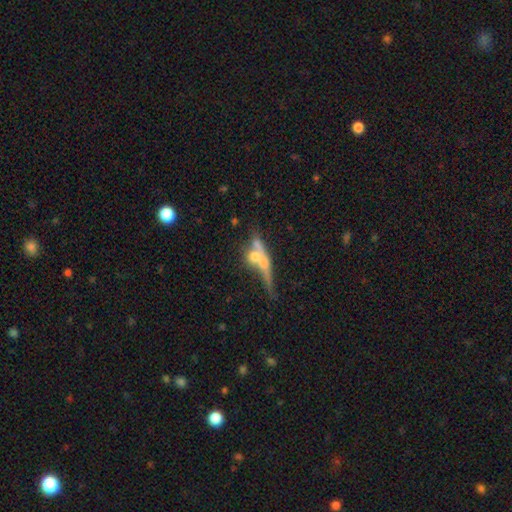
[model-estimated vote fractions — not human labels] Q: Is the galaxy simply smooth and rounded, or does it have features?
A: featured or disk — 60%.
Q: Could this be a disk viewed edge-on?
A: yes — 76%.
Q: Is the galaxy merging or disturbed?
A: none — 42%.